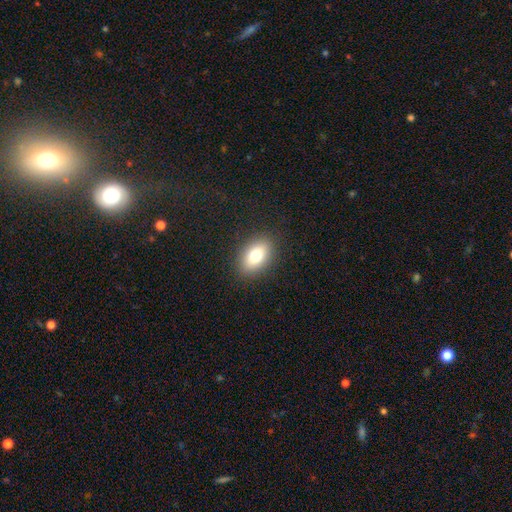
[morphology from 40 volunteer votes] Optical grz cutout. It shows a smooth galaxy with no disk features (85%) that is in between round and cigar-shaped (91%). Merging: none (86%).